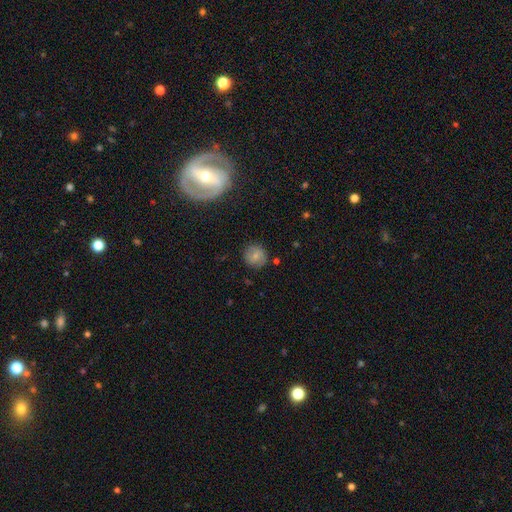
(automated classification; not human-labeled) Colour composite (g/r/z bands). It shows a smooth galaxy with no disk features (63%) that is round (86%). Merging: none (83%).